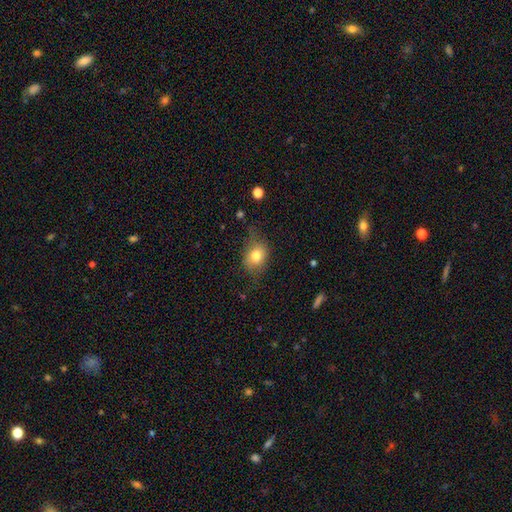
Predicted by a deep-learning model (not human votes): The model was most divided on "how rounded": in between: 60%, round: 39%, cigar-shaped: 2%. More confident: smooth or featured — smooth (75%); merging — none (60%).